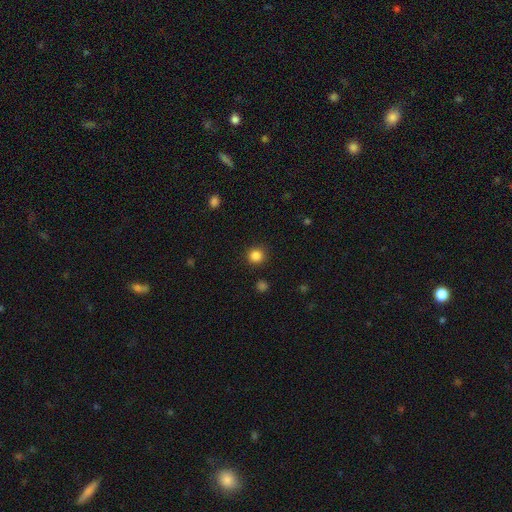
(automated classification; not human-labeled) This appears to be a smooth galaxy with no disk features (85%) that is round (93%). Merging: none (90%).